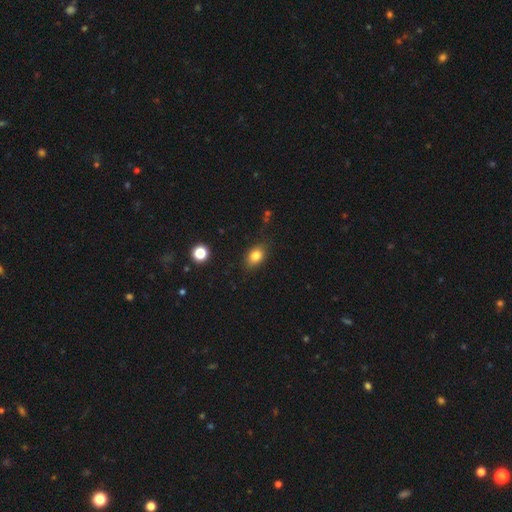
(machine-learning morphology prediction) Smooth or featured?
  - smooth: 82% *
  - star or artifact: 10%
  - featured or disk: 8%
How rounded?
  - in between: 74% *
  - round: 24%
  - cigar-shaped: 1%
Merging?
  - none: 84% *
  - minor disturbance: 12%
  - major disturbance: 3%
  - merger: 2%